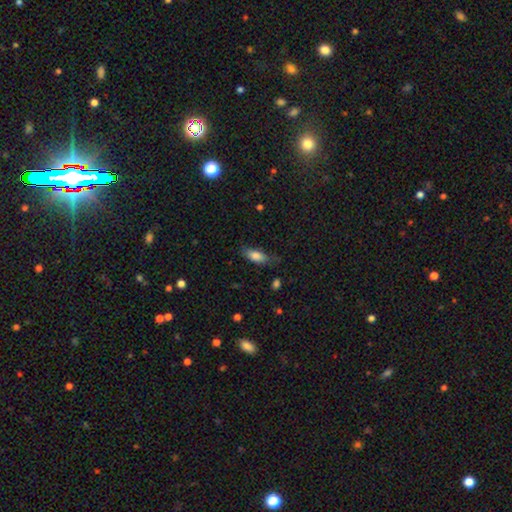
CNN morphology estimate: This appears to be a smooth galaxy with no disk features (81%) that is in between round and cigar-shaped (80%). Merging: none (66%).